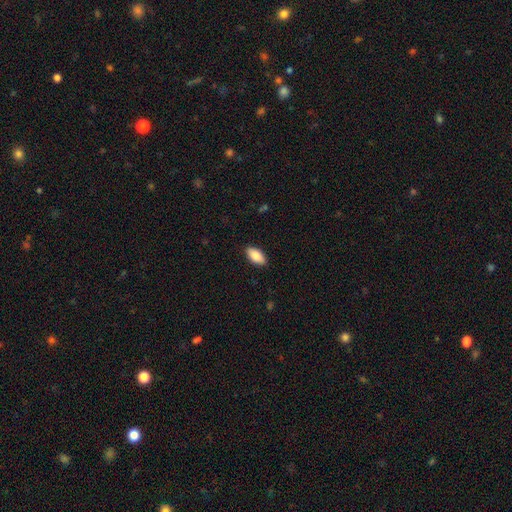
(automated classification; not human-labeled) smooth 87%, featured or disk 7%, star or artifact 6%. Down the decision tree: how rounded — in between (93%); merging — none (89%).